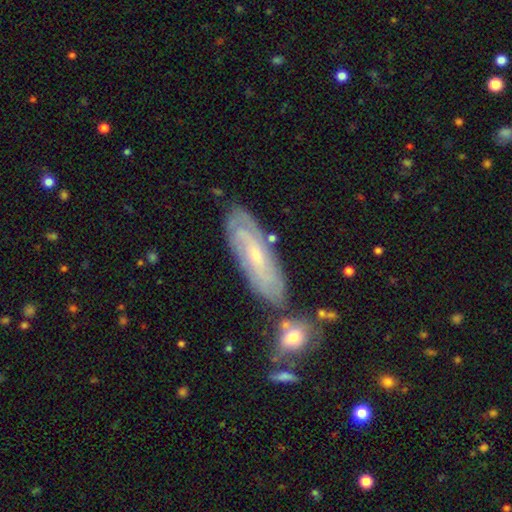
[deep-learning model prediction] This appears to be a featured or disk galaxy (71%) with no bar (54%), tight (68%) spiral arms (87%) and a small central bulge (72%). Merging: none (75%).